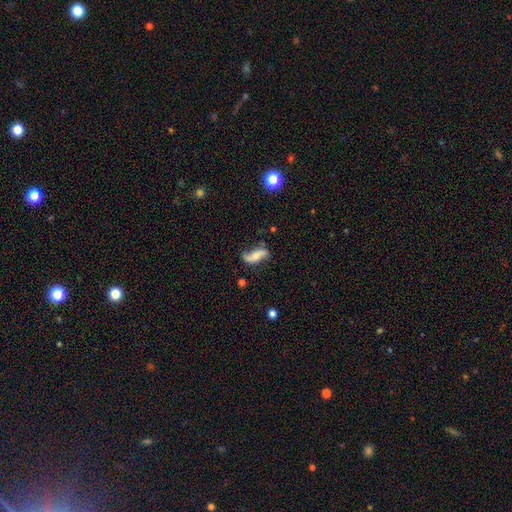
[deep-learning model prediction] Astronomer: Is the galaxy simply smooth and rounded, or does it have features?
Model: featured or disk — 67%.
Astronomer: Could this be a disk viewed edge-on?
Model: no — 91%.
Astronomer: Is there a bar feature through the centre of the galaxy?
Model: no — 55%.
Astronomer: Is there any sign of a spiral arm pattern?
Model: yes — 91%.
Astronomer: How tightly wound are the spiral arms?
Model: loose — 82%.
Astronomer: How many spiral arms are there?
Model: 2 — 90%.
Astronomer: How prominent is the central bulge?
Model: small — 46% (runner-up: moderate, 36%).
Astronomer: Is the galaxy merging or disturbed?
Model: none — 66%.